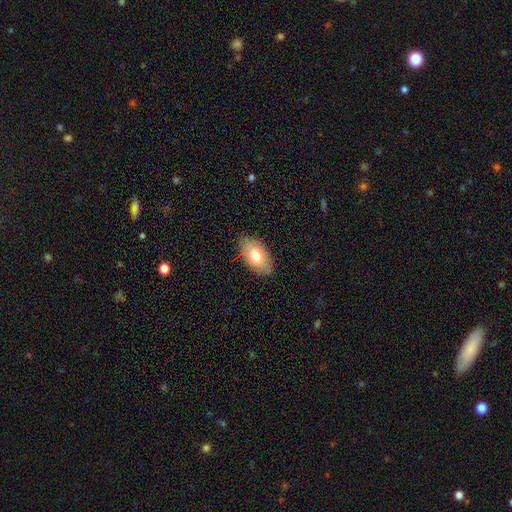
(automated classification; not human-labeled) Overall: smooth (73%). How rounded: in between (93%). Merging: none (84%).